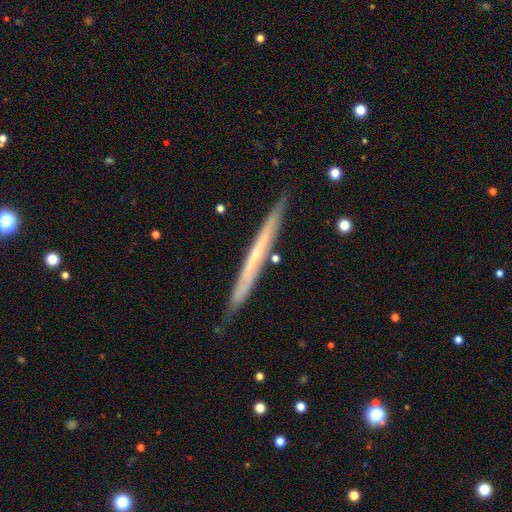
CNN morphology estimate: smooth-or-featured: featured or disk: 60% | smooth: 34% | star or artifact: 6%
  disk-edge-on: yes: 95% | no: 5%
    edge-on-bulge: none: 80% | rounded: 17% | boxy: 3%
  merging: none: 85% | minor disturbance: 11% | merger: 2% | major disturbance: 2%